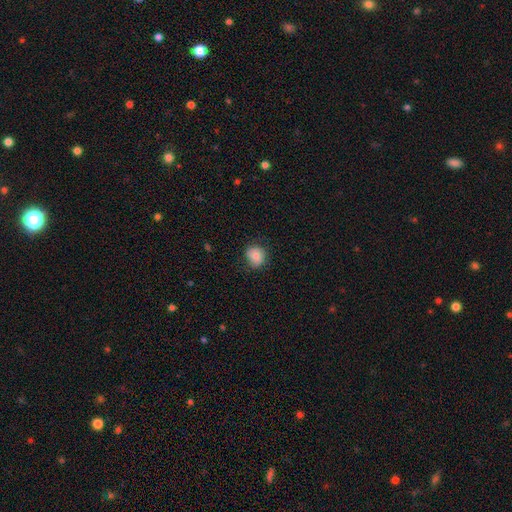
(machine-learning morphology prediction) Smooth or featured?
  - smooth: 78% *
  - featured or disk: 13%
  - star or artifact: 9%
How rounded?
  - round: 77% *
  - in between: 23%
  - cigar-shaped: 1%
Merging?
  - none: 74% *
  - minor disturbance: 20%
  - major disturbance: 6%
  - merger: 1%